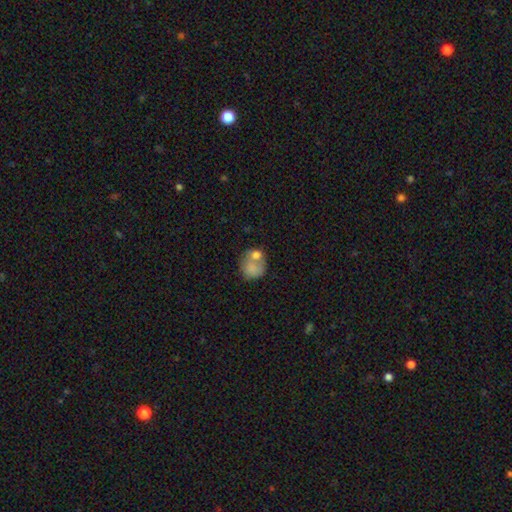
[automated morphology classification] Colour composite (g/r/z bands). It shows a smooth galaxy with no disk features (73%) that is round (73%). Merging: merger (44%).